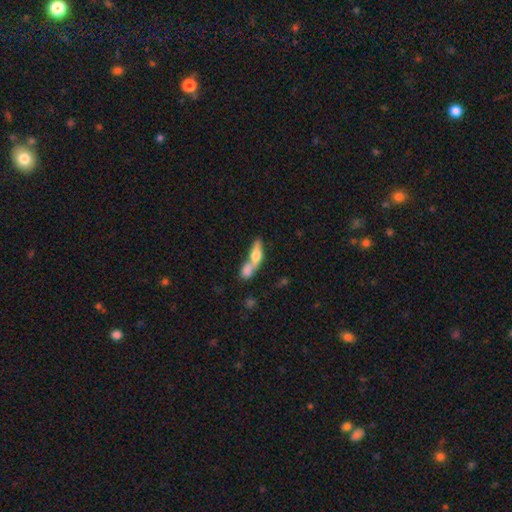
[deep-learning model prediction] smooth_or_featured: smooth (p=0.58) [alt: featured or disk p=0.34]
how_rounded: in between (p=0.52) [alt: cigar-shaped p=0.42]
merging: merger (p=0.65) [alt: none p=0.21]